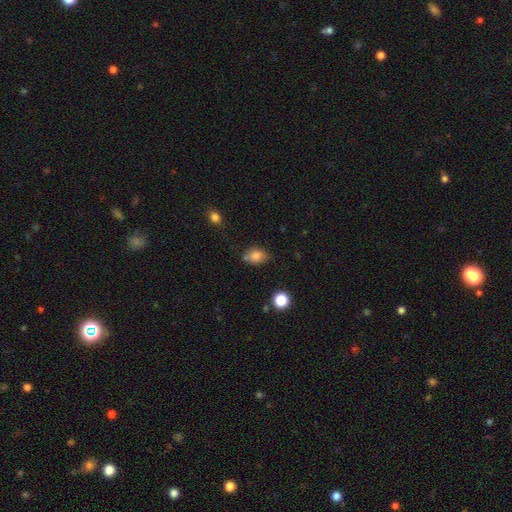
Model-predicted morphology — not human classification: smooth_or_featured: smooth (p=0.81) [alt: star or artifact p=0.10]
how_rounded: in between (p=0.73) [alt: round p=0.26]
merging: none (p=0.66) [alt: minor disturbance p=0.21]